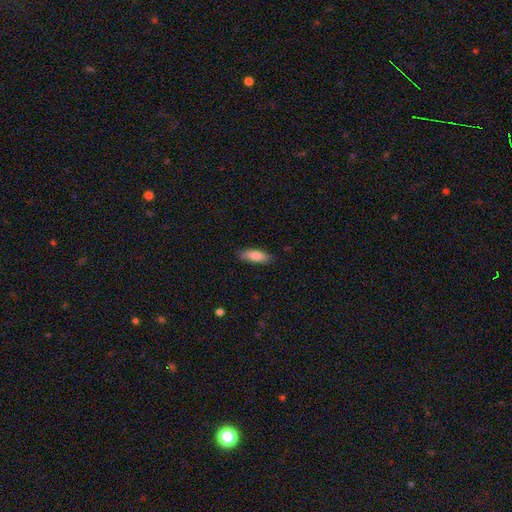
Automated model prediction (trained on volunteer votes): Morphology: type=smooth (86%); roundness=in between (68%); merging=none (83%).